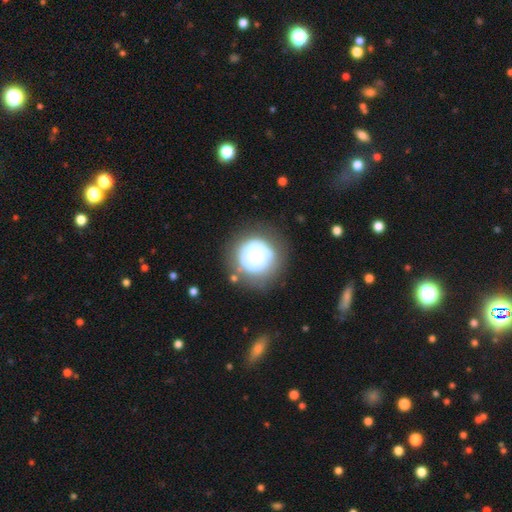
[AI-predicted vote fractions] Overall: featured or disk (47%; smooth 46%). Merging: none (64%).